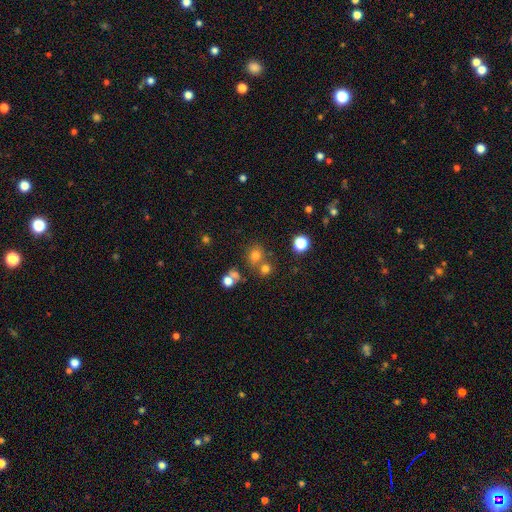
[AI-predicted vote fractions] The model was most divided on "merging": none: 61%, merger: 25%, minor disturbance: 10%, major disturbance: 4%. More confident: how rounded — round (77%); smooth or featured — smooth (71%).